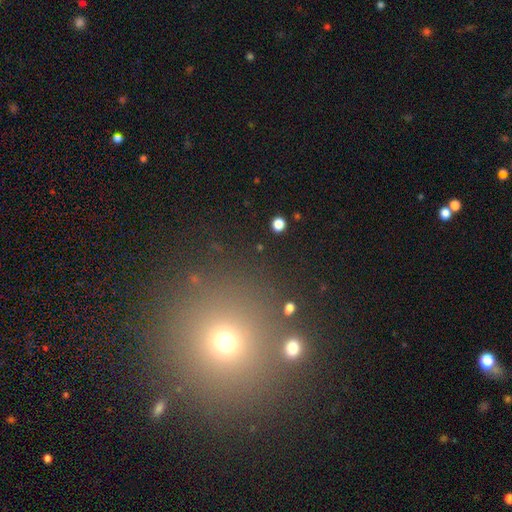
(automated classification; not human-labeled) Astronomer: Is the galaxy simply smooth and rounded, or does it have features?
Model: smooth — 54% (runner-up: star or artifact, 38%).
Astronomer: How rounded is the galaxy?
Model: round — 93%.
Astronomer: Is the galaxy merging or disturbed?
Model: none — 88%.